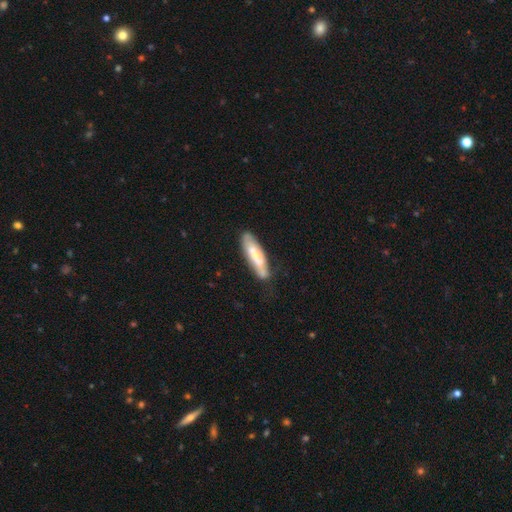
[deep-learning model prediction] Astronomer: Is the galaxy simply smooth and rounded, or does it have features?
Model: smooth — 52% (runner-up: featured or disk, 42%).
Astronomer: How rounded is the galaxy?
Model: cigar-shaped — 63%.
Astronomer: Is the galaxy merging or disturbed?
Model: none — 60%.